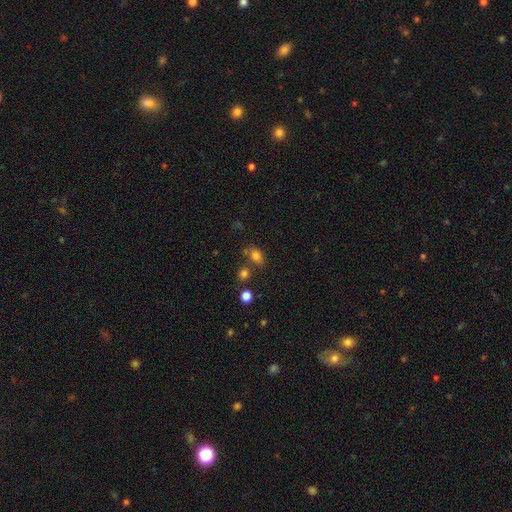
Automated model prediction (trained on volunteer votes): A smooth galaxy with no disk features (79%) that is in between round and cigar-shaped (71%).

Vote fractions:
- Smooth or featured? smooth: 79% / star or artifact: 14% / featured or disk: 7%
- How rounded? in between: 71% / round: 28% / cigar-shaped: 2%
- Merging? none: 65% / merger: 15% / minor disturbance: 15% / major disturbance: 5%